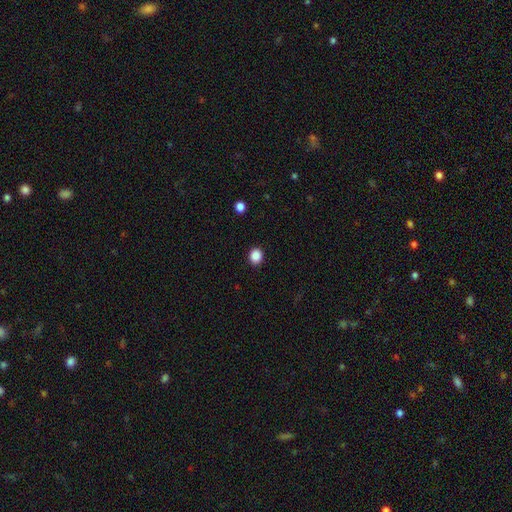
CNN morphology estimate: type=smooth (88%); roundness=round (75%); merging=none (91%).